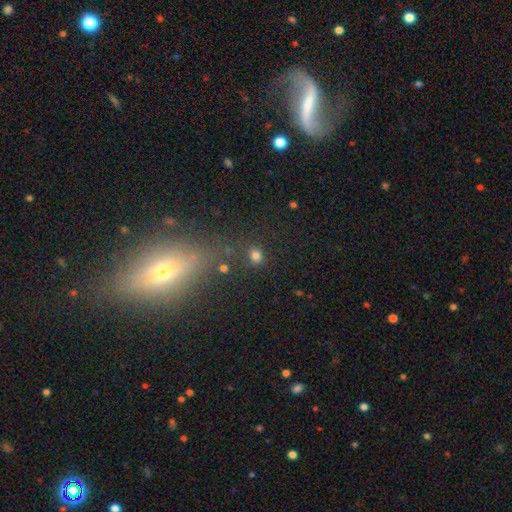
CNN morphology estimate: Smooth or featured? Predicted: smooth (p=0.76). How rounded? Predicted: round (p=0.76). Merging? Predicted: none (p=0.79).